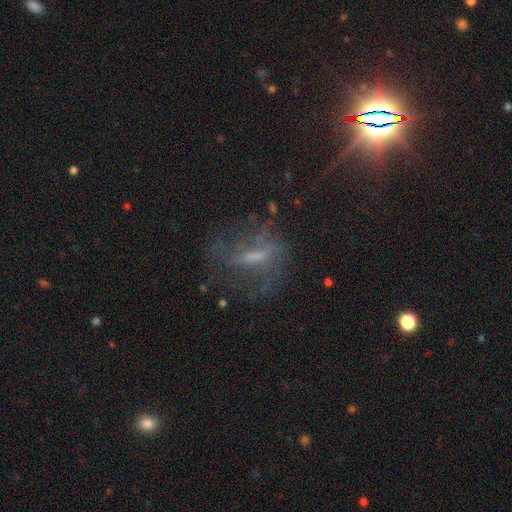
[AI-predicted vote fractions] featured or disk 55%, smooth 24%, star or artifact 21%. Down the decision tree: edge-on disk — no (85%); merging — none (53%).